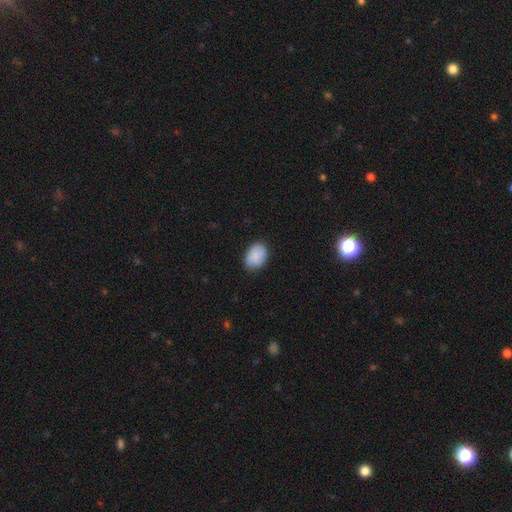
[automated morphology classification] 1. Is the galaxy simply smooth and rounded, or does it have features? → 89% smooth, 6% star or artifact, 5% featured or disk.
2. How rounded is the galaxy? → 80% in between, 19% round, 1% cigar-shaped.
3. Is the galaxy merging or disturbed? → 81% none, 15% minor disturbance, 3% major disturbance, 1% merger.